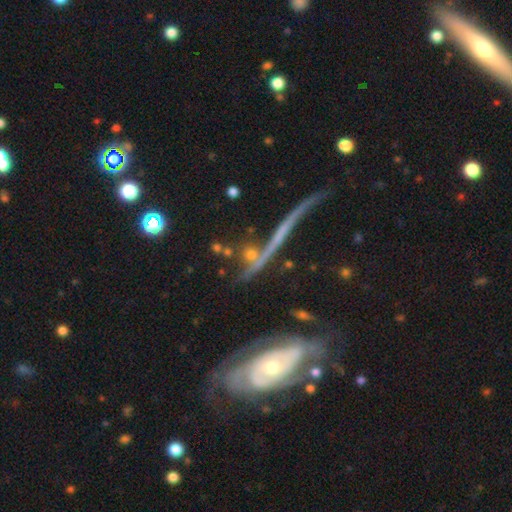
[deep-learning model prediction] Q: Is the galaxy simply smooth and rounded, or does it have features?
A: featured or disk — 48%.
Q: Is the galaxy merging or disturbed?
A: none — 52%.